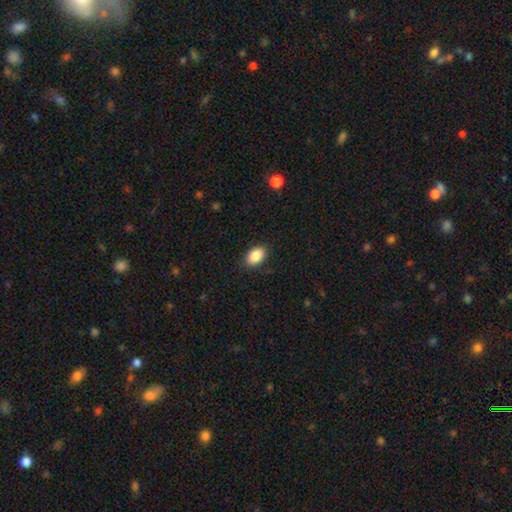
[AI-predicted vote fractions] This appears to be a smooth galaxy with no disk features (88%) that is in between round and cigar-shaped (88%). Merging: none (87%).